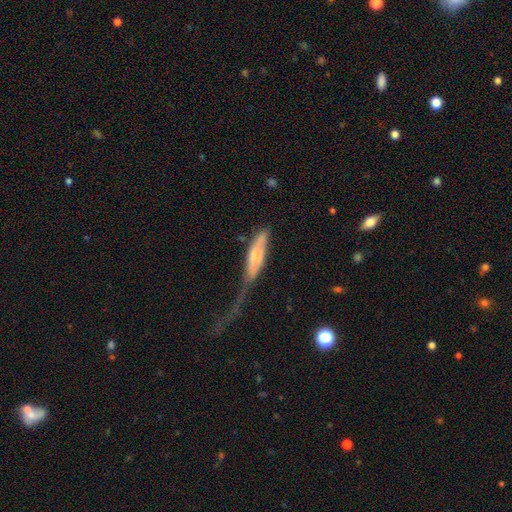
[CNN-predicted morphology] The model was most divided on "smooth or featured": smooth: 58%, featured or disk: 36%, star or artifact: 6%. More confident: how rounded — cigar-shaped (60%); merging — major disturbance (51%).